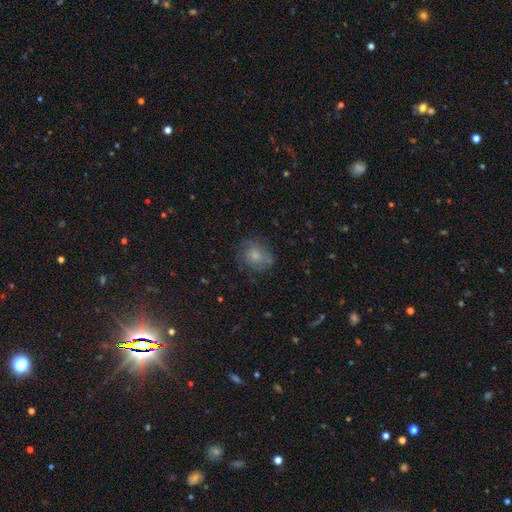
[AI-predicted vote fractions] smooth-or-featured: smooth: 51% | featured or disk: 39% | star or artifact: 10%
  how-rounded: round: 63% | in between: 36% | cigar-shaped: 1%
  merging: none: 67% | minor disturbance: 21% | major disturbance: 10% | merger: 1%